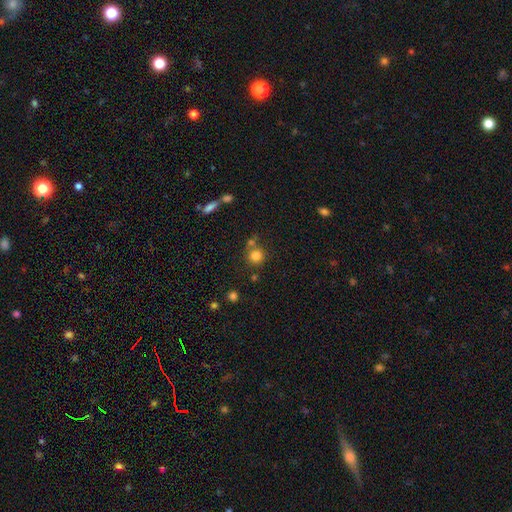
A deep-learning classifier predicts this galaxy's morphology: Smooth or featured?
  - smooth: 81% *
  - star or artifact: 13%
  - featured or disk: 7%
How rounded?
  - round: 91% *
  - in between: 8%
  - cigar-shaped: 1%
Merging?
  - none: 68% *
  - merger: 19%
  - minor disturbance: 10%
  - major disturbance: 4%